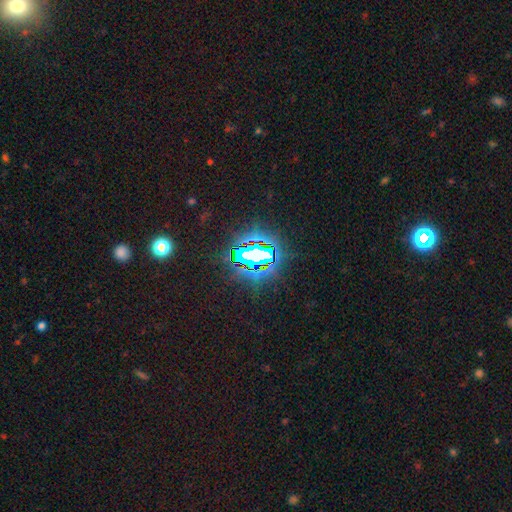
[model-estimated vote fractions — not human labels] This appears to be a star or artifact, not a galaxy (78%).